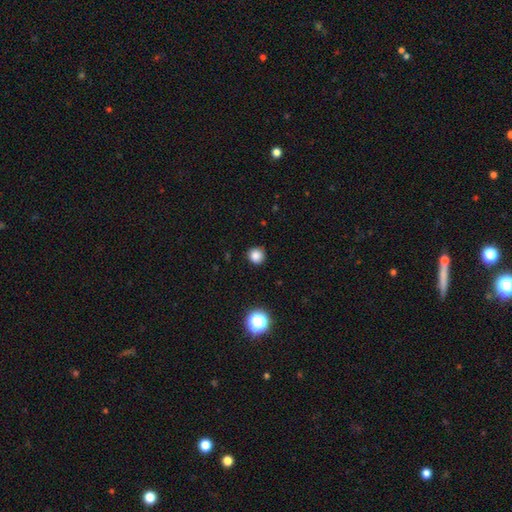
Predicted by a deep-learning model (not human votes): The model was most divided on "smooth or featured": smooth: 84%, star or artifact: 13%, featured or disk: 3%. More confident: how rounded — round (93%); merging — none (89%).